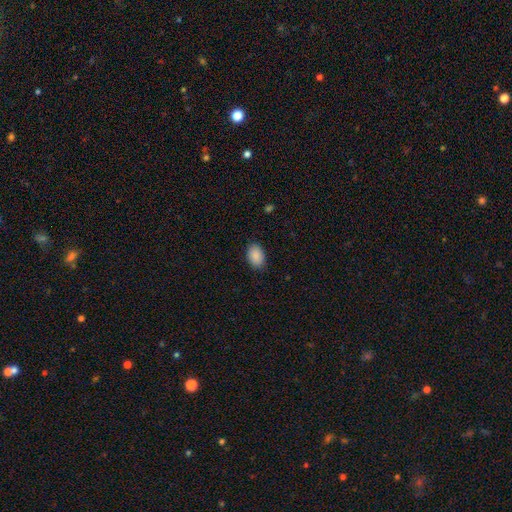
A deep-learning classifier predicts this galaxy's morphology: This is clearly a smooth galaxy (90%). How rounded: clearly in between (87%). Merging: clearly none (88%).